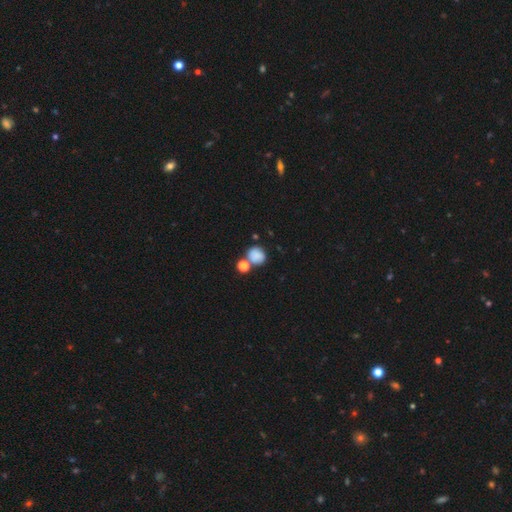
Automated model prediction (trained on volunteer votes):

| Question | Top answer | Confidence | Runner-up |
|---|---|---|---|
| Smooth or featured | smooth | 81% | star or artifact (11%) |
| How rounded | round | 82% | in between (17%) |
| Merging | none | 56% | merger (27%) |